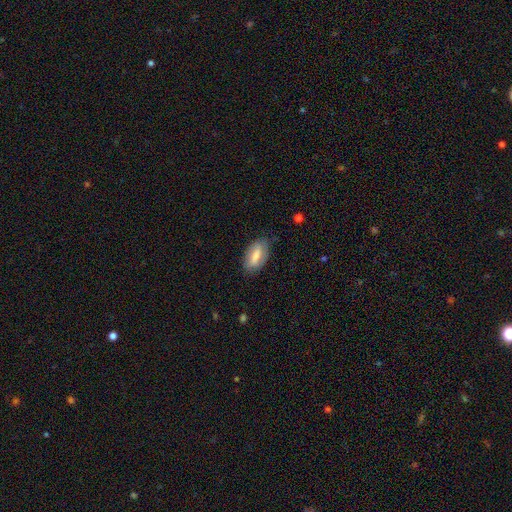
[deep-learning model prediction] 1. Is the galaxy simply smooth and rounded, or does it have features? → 68% smooth, 25% featured or disk, 6% star or artifact.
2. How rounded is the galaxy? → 89% in between, 8% cigar-shaped, 3% round.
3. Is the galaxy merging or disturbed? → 78% none, 17% minor disturbance, 4% major disturbance, 1% merger.